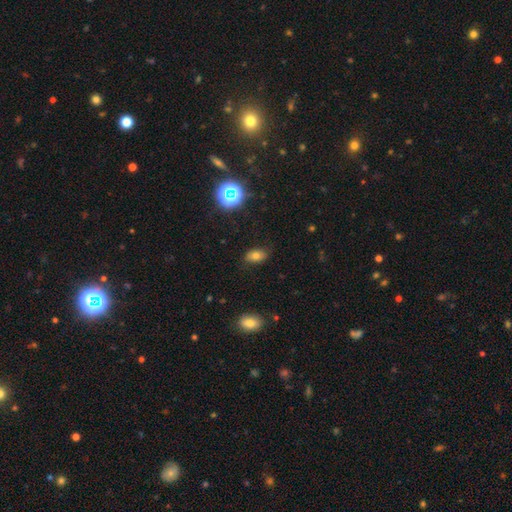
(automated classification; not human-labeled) A smooth galaxy with no disk features (70%) that is in between round and cigar-shaped (86%). Merging: none (82%).